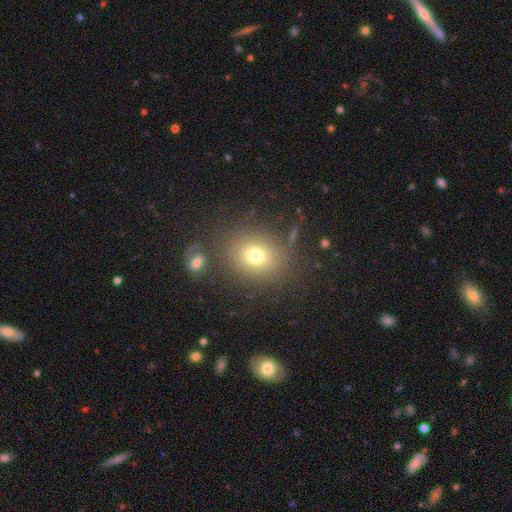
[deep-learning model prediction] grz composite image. It shows a smooth galaxy with no disk features (73%) that is round (67%). Merging: none (79%).